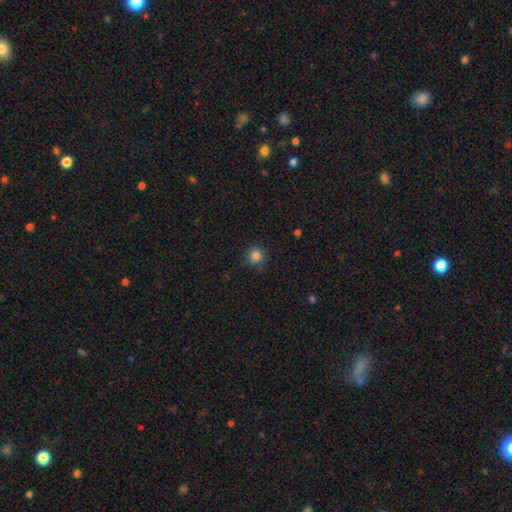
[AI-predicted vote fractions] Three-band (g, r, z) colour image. It shows a smooth galaxy with no disk features (84%) that is round (94%). Merging: none (85%).